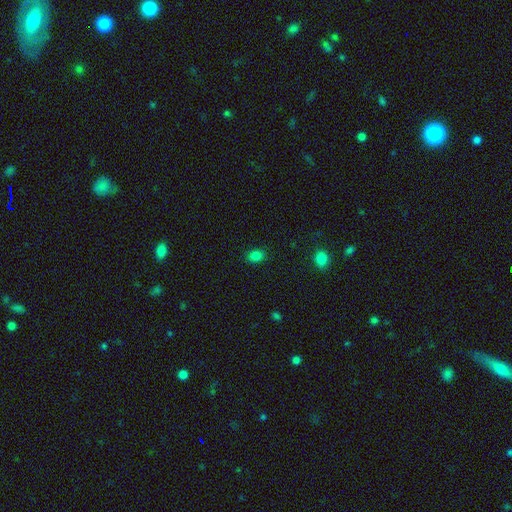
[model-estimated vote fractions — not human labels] Smooth or featured: smooth — 82% (star or artifact — 14%)
How rounded: in between — 68% (round — 31%)
Merging: none — 87% (minor disturbance — 9%)